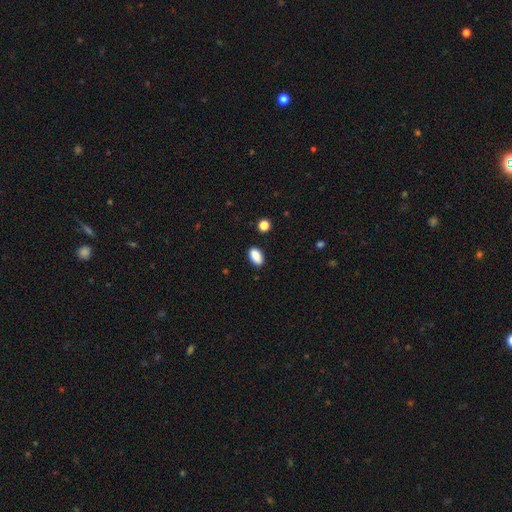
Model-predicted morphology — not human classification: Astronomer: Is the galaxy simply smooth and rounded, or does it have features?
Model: smooth — 88%.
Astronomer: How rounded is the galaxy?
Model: in between — 91%.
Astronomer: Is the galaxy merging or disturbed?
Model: none — 87%.